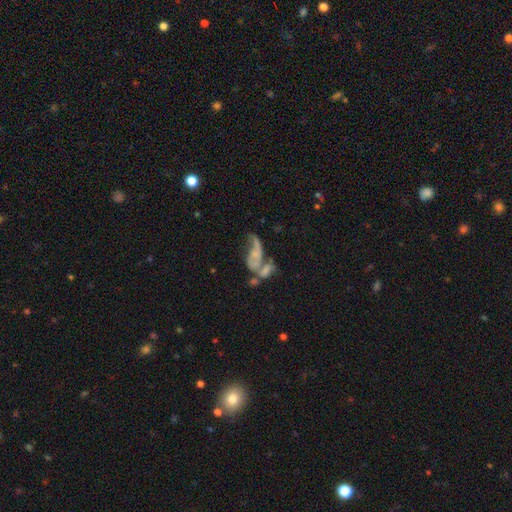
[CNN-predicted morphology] A featured or disk galaxy (61%) with no bar (73%), spiral arms (60%) and a small central bulge (40%).

Vote fractions:
- Smooth or featured? featured or disk: 61% / smooth: 26% / star or artifact: 13%
- Edge-on disk? no: 93% / yes: 7%
- Bar? no: 73% / weak: 21% / strong: 6%
- Spiral arms? yes: 60% / no: 40%
- Bulge size? small: 40% / none: 39% / moderate: 17% / large: 2% / dominant: 2%
- Merging? merger: 54% / major disturbance: 22% / none: 15% / minor disturbance: 9%